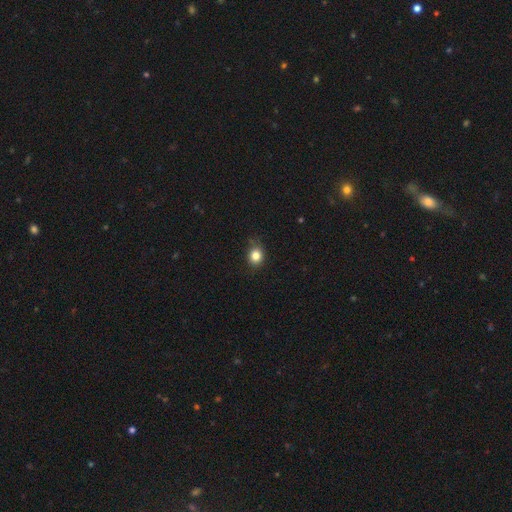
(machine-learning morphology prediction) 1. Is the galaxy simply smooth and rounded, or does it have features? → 83% smooth, 11% star or artifact, 5% featured or disk.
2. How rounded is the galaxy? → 69% round, 30% in between, 1% cigar-shaped.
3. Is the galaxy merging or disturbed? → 78% none, 17% minor disturbance, 3% major disturbance, 1% merger.